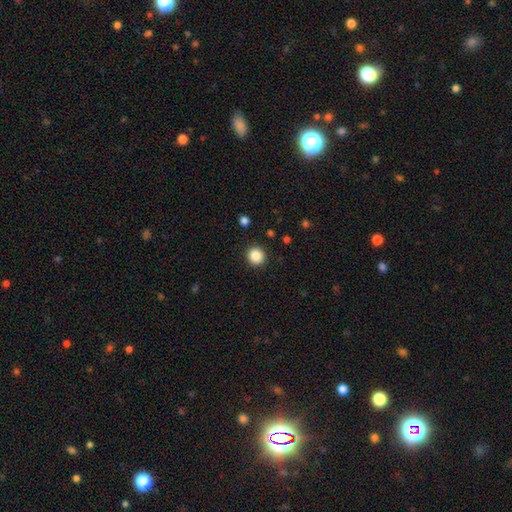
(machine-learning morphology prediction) smooth_or_featured: smooth (p=0.86) [alt: star or artifact p=0.10]
how_rounded: round (p=0.94) [alt: in between p=0.06]
merging: none (p=0.92) [alt: minor disturbance p=0.05]